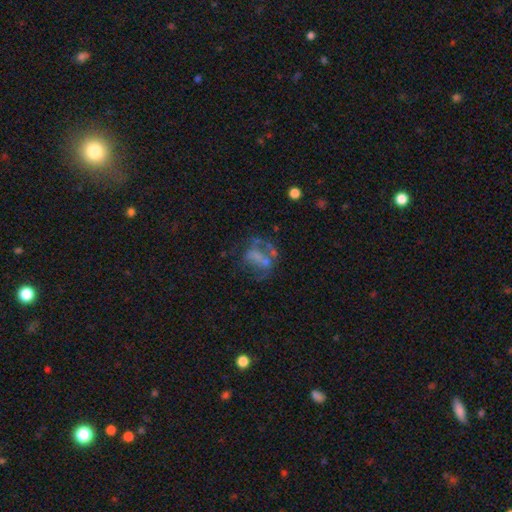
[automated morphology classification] Smooth or featured?
  - featured or disk: 52% *
  - smooth: 26%
  - star or artifact: 22%
Edge-on disk?
  - no: 96% *
  - yes: 4%
Merging?
  - none: 37% *
  - major disturbance: 36%
  - minor disturbance: 17%
  - merger: 10%